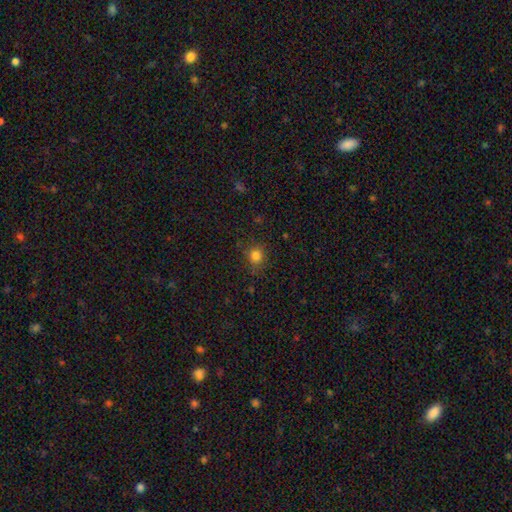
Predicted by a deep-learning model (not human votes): smooth_or_featured: smooth (p=0.81) [alt: star or artifact p=0.14]
how_rounded: round (p=0.87) [alt: in between p=0.12]
merging: none (p=0.84) [alt: minor disturbance p=0.11]